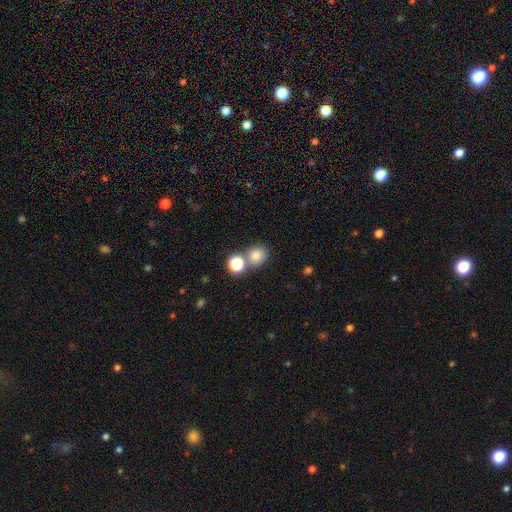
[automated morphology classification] A smooth galaxy with no disk features (78%) that is round (80%).

Vote fractions:
- Smooth or featured? smooth: 78% / star or artifact: 15% / featured or disk: 7%
- How rounded? round: 80% / in between: 19% / cigar-shaped: 1%
- Merging? none: 61% / merger: 27% / minor disturbance: 9% / major disturbance: 3%